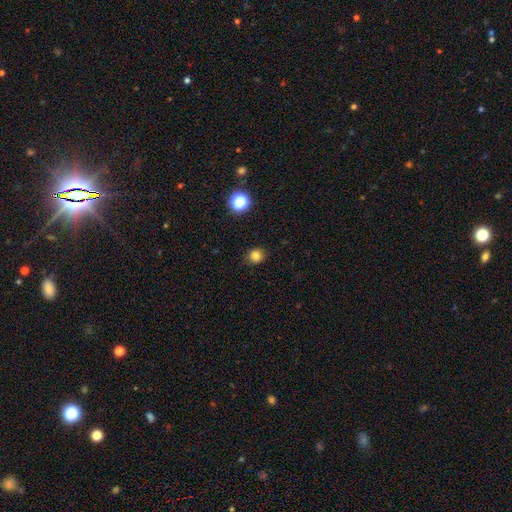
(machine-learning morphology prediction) A smooth galaxy with no disk features (81%) that is round (86%). Merging: none (87%).